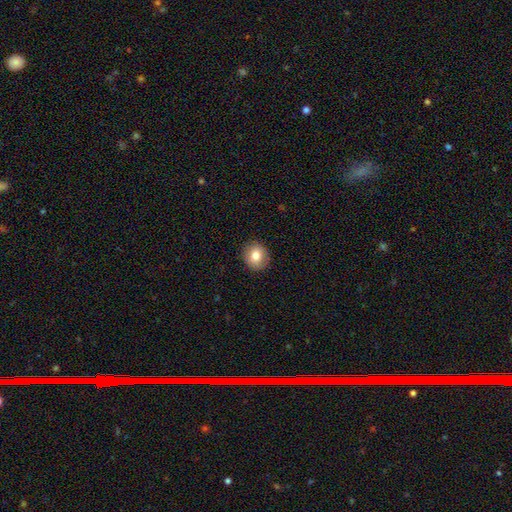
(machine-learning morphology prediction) smooth_or_featured: smooth (p=0.81) [alt: featured or disk p=0.11]
how_rounded: round (p=0.80) [alt: in between p=0.19]
merging: none (p=0.90) [alt: minor disturbance p=0.07]